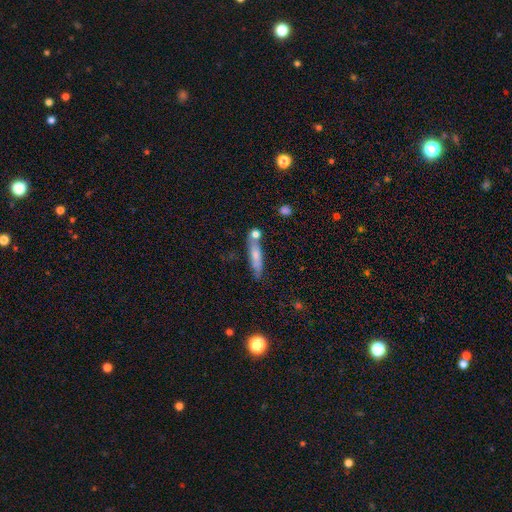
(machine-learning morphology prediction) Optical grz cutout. It shows a smooth galaxy with no disk features (65%) that is cigar-shaped (82%). Merging: none (61%).